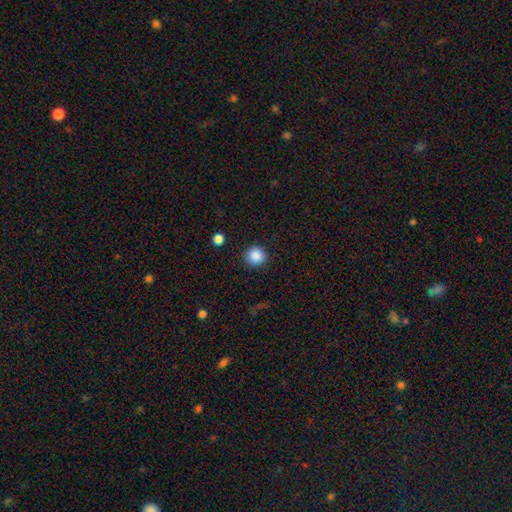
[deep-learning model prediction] A smooth galaxy with no disk features (87%) that is round (92%).

Vote fractions:
- Smooth or featured? smooth: 87% / star or artifact: 9% / featured or disk: 3%
- How rounded? round: 92% / in between: 7% / cigar-shaped: 1%
- Merging? none: 90% / minor disturbance: 7% / major disturbance: 2% / merger: 1%